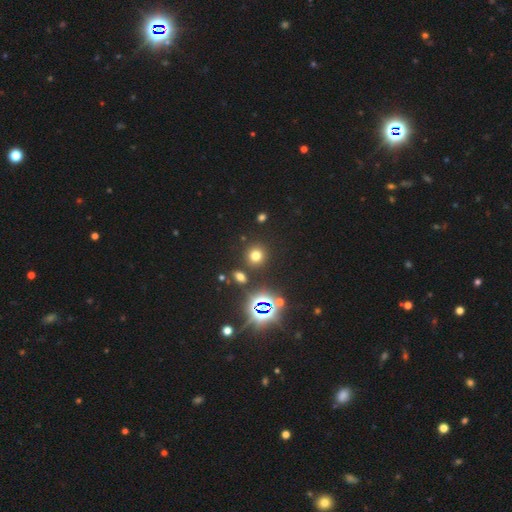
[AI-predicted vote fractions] A smooth galaxy with no disk features (65%) that is round (89%).

Vote fractions:
- Smooth or featured? smooth: 65% / star or artifact: 27% / featured or disk: 7%
- How rounded? round: 89% / in between: 10% / cigar-shaped: 1%
- Merging? none: 85% / minor disturbance: 7% / merger: 5% / major disturbance: 3%